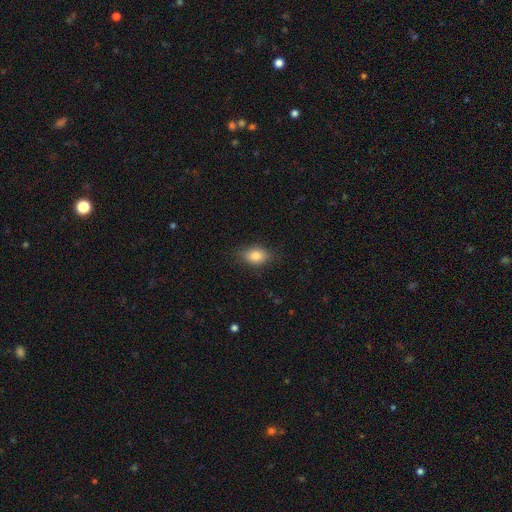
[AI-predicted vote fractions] smooth 82%, star or artifact 9%, featured or disk 8%. Down the decision tree: how rounded — in between (76%); merging — none (82%).